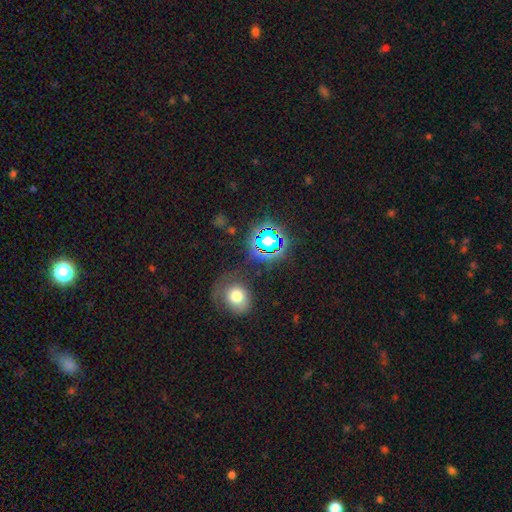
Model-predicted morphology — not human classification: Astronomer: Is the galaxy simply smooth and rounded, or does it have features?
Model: star or artifact — 57% (runner-up: smooth, 33%).